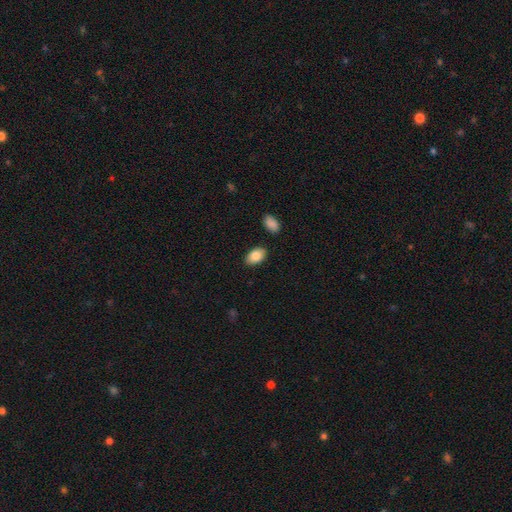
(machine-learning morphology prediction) A smooth galaxy with no disk features (87%) that is in between round and cigar-shaped (93%). Merging: none (85%).